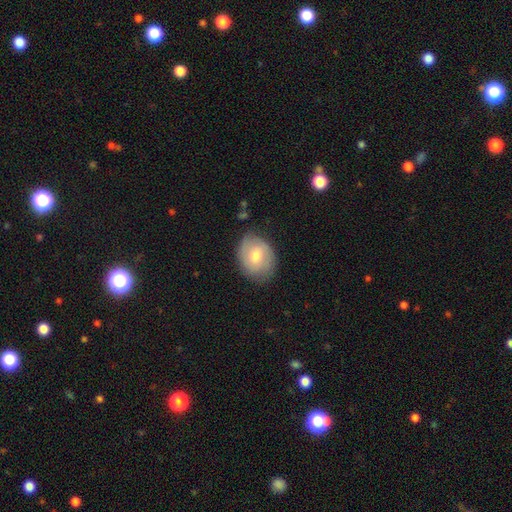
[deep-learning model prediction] Morphology: type=smooth (56%); roundness=in between (57%); merging=none (75%).